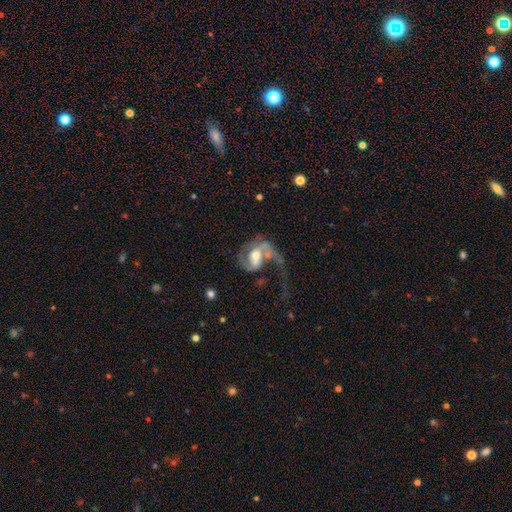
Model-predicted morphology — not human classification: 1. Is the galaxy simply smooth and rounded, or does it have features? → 74% featured or disk, 20% smooth, 6% star or artifact.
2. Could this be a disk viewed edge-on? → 97% no, 3% yes.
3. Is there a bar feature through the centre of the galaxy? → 48% no, 36% weak, 16% strong.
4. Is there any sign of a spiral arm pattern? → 83% yes, 17% no.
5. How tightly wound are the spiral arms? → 56% loose, 32% medium, 12% tight.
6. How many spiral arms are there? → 46% 1, 45% 2, 6% can't tell, 2% 3, 1% 4, 1% more than 4.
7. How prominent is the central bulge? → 66% moderate, 15% large, 15% small, 2% none, 2% dominant.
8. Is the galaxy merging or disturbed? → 48% major disturbance, 21% none, 19% merger, 12% minor disturbance.